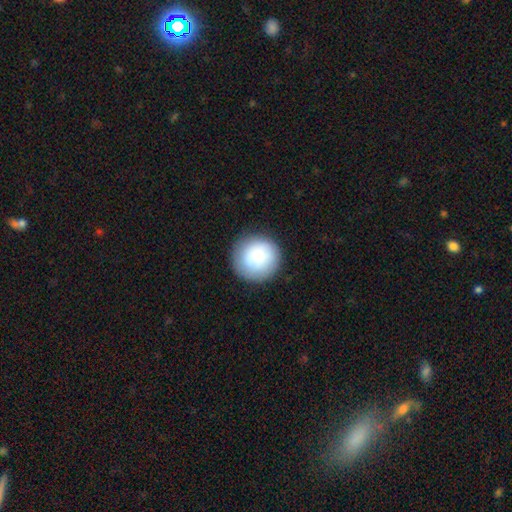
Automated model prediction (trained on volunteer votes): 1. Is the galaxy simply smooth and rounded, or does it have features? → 80% smooth, 13% featured or disk, 7% star or artifact.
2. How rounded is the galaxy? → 95% round, 4% in between, 1% cigar-shaped.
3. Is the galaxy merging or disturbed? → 85% none, 11% minor disturbance, 3% major disturbance, 1% merger.